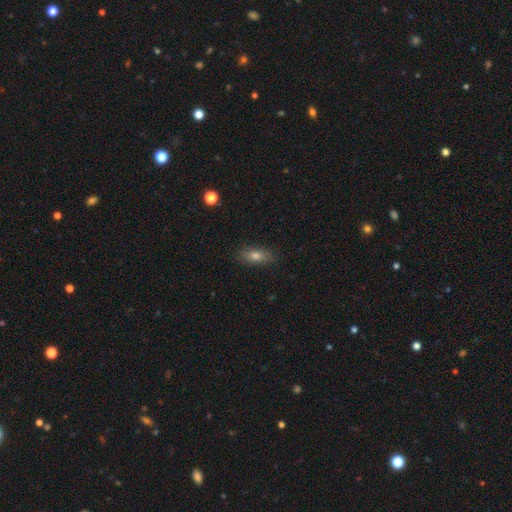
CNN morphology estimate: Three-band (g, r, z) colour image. It shows a smooth galaxy with no disk features (73%) that is in between round and cigar-shaped (72%). Merging: none (85%).